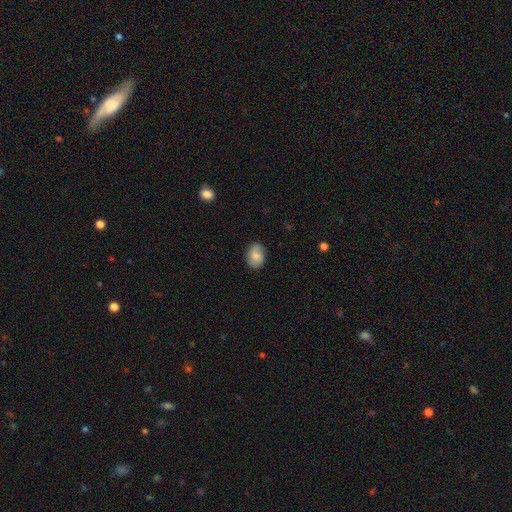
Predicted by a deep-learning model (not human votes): The model was most divided on "how rounded": in between: 74%, round: 25%, cigar-shaped: 1%. More confident: smooth or featured — smooth (82%); merging — none (82%).